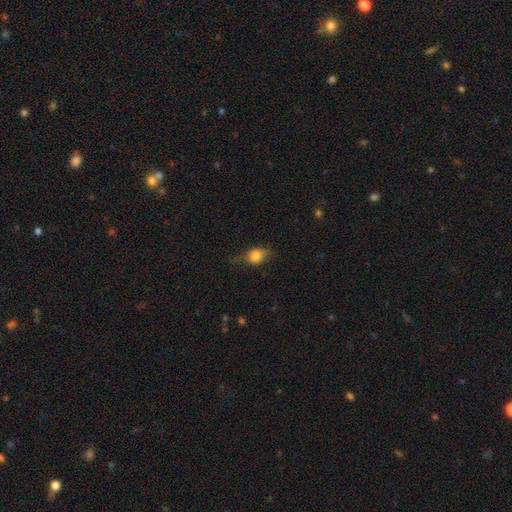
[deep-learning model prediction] This appears to be a smooth galaxy with no disk features (74%) that is in between round and cigar-shaped (54%). Merging: none (60%).